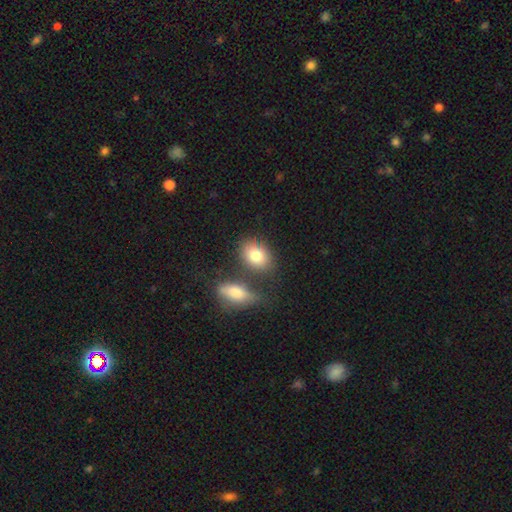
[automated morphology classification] Smooth or featured?
  - smooth: 80% *
  - featured or disk: 12%
  - star or artifact: 8%
How rounded?
  - in between: 76% *
  - round: 22%
  - cigar-shaped: 2%
Merging?
  - none: 65% *
  - merger: 17%
  - minor disturbance: 14%
  - major disturbance: 5%